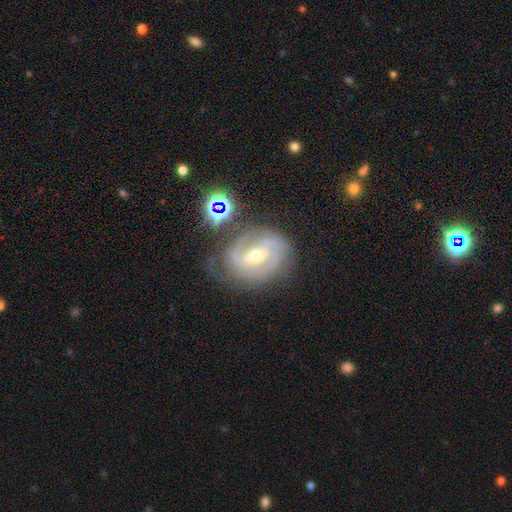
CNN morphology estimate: A featured or disk galaxy (84%) with a weak bar (43%), 2 (49%) tight (59%) spiral arms (92%) and a moderate central bulge (55%). Merging: none (62%).